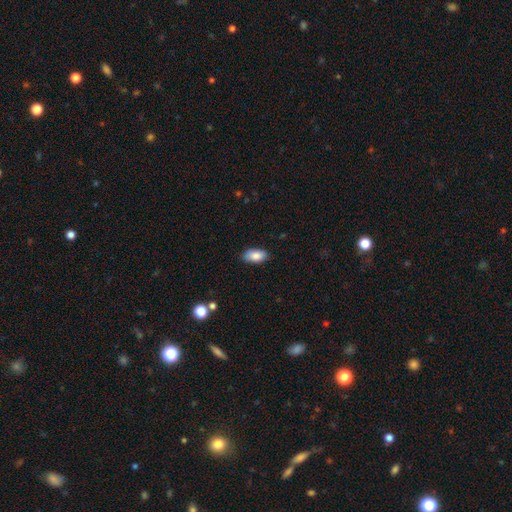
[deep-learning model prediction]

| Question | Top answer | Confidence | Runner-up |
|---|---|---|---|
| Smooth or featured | smooth | 86% | star or artifact (7%) |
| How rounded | in between | 93% | cigar-shaped (4%) |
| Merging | none | 85% | minor disturbance (12%) |